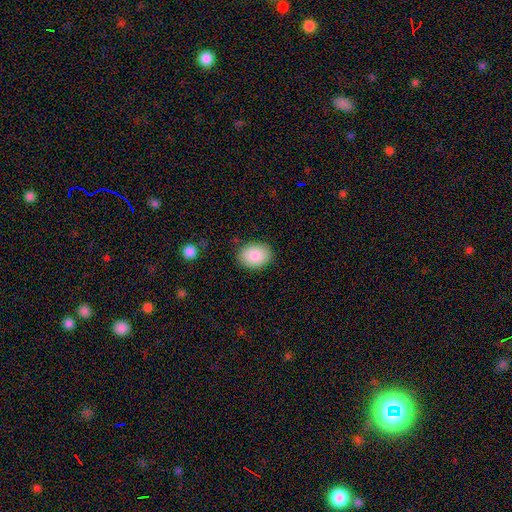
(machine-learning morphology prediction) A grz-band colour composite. It shows a smooth galaxy with no disk features (87%) that is in between round and cigar-shaped (70%). Merging: none (85%).